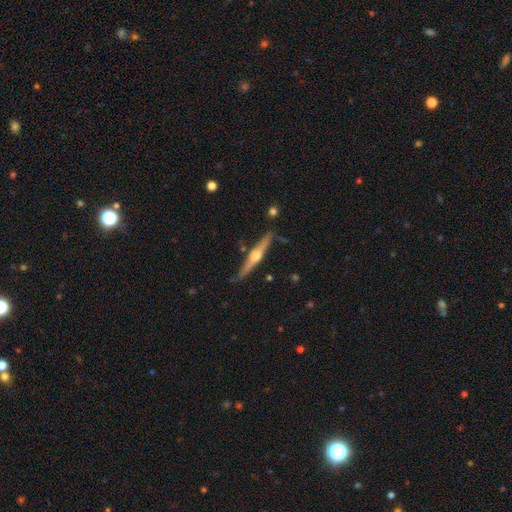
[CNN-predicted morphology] Smooth or featured: featured or disk — 79% (smooth — 16%)
Edge-on disk: yes — 98% (no — 2%)
Edge-on bulge: rounded — 94% (boxy — 3%)
Merging: none — 83% (minor disturbance — 12%)